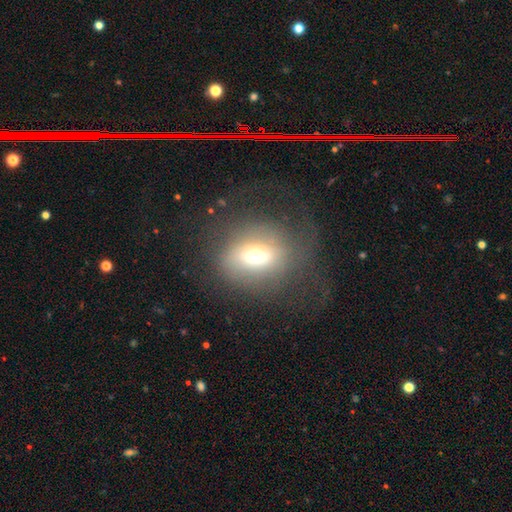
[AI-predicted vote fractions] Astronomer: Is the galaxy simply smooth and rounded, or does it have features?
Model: smooth — 55% (runner-up: featured or disk, 33%).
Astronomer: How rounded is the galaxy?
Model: in between — 50% (runner-up: round, 47%).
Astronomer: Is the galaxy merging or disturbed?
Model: none — 45% (runner-up: major disturbance, 33%).